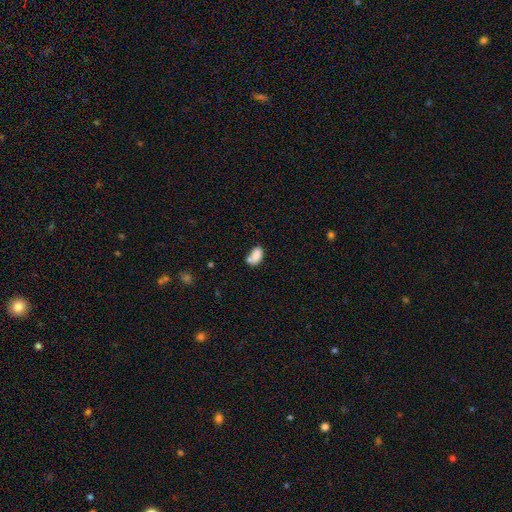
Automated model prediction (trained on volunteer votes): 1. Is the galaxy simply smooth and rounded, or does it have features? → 81% smooth, 10% featured or disk, 9% star or artifact.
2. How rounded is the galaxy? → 88% in between, 10% round, 2% cigar-shaped.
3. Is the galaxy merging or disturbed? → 41% none, 33% merger, 19% minor disturbance, 7% major disturbance.